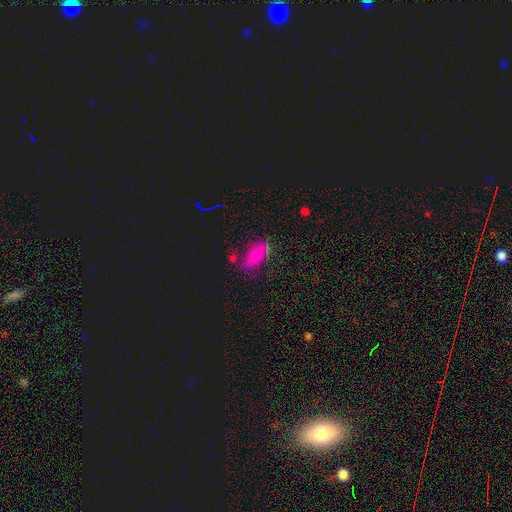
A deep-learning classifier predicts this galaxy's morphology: Smooth or featured? Predicted: smooth (p=0.54). How rounded? Predicted: in between (p=0.85). Merging? Predicted: none (p=0.64).